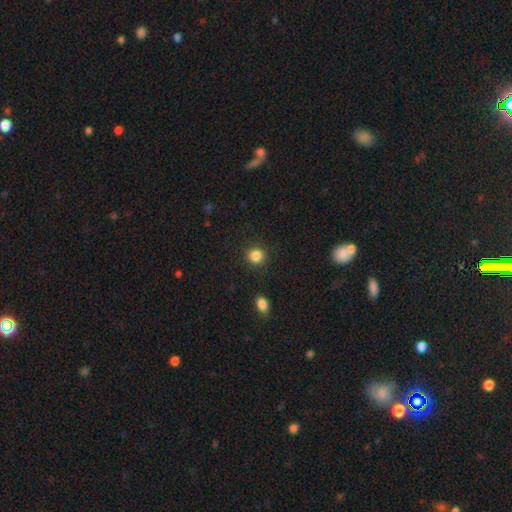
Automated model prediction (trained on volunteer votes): Smooth or featured?
  - smooth: 86% *
  - star or artifact: 10%
  - featured or disk: 3%
How rounded?
  - round: 90% *
  - in between: 9%
  - cigar-shaped: 1%
Merging?
  - none: 90% *
  - minor disturbance: 6%
  - major disturbance: 2%
  - merger: 2%